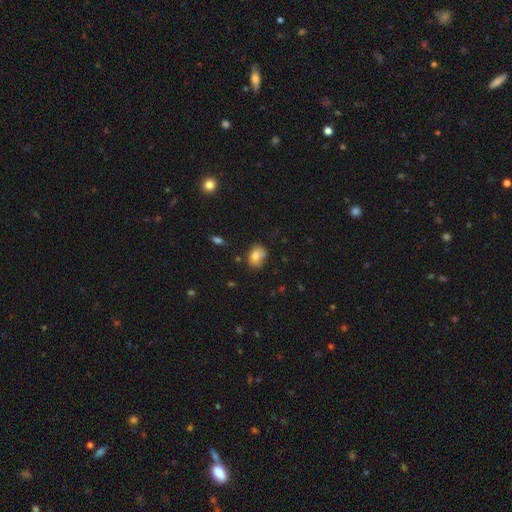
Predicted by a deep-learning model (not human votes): smooth_or_featured: smooth (p=0.80) [alt: featured or disk p=0.10]
how_rounded: in between (p=0.61) [alt: round p=0.38]
merging: none (p=0.62) [alt: minor disturbance p=0.26]